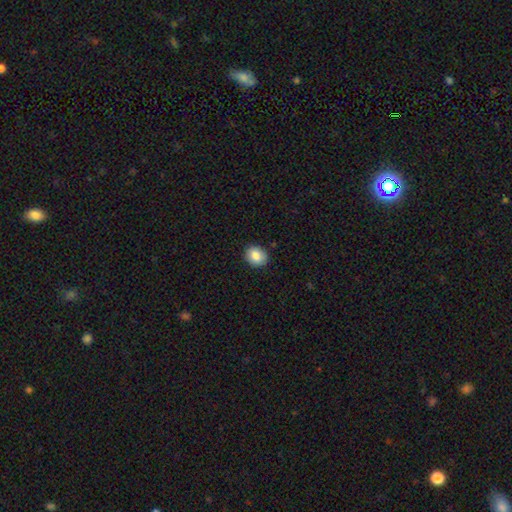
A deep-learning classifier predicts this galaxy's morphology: This is clearly a smooth galaxy (85%). How rounded: possibly round (60%). Merging: clearly none (90%).